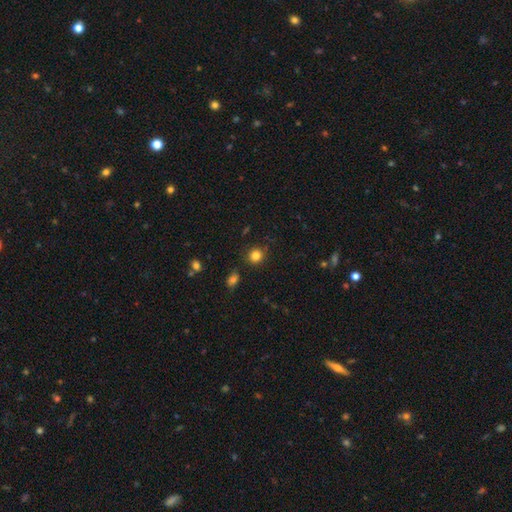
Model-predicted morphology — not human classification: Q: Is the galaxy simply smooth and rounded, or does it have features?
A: smooth — 83%.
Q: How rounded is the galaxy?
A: round — 88%.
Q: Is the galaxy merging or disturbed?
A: none — 87%.